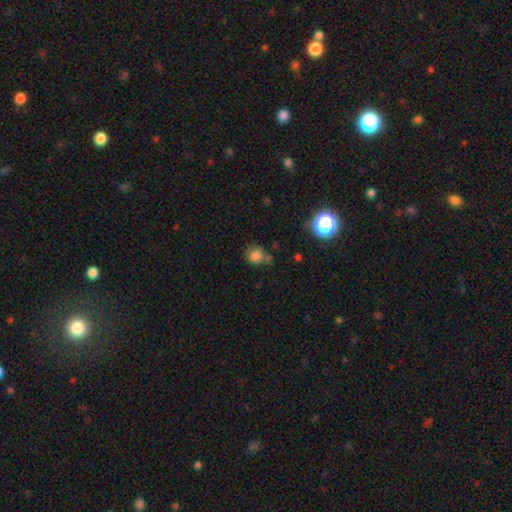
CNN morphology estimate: type=smooth (77%); roundness=round (72%); merging=none (52%).